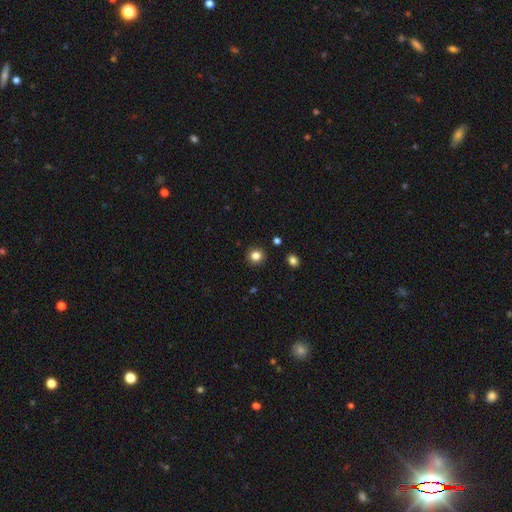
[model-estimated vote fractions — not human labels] smooth-or-featured: smooth: 83% | star or artifact: 12% | featured or disk: 5%
  how-rounded: round: 91% | in between: 8% | cigar-shaped: 1%
  merging: none: 91% | minor disturbance: 5% | major disturbance: 2% | merger: 2%